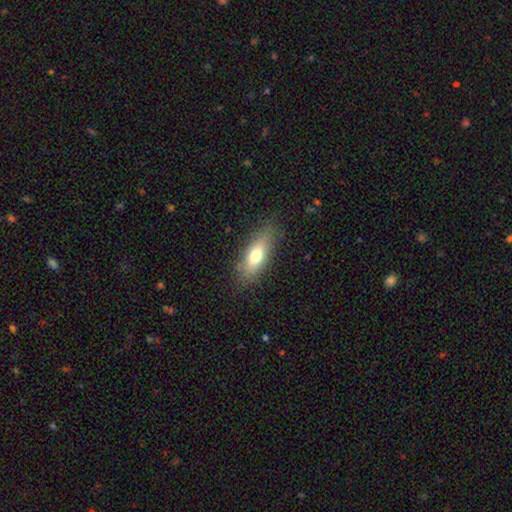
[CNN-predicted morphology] This is likely a smooth galaxy (69%). How rounded: likely in between (67%). Merging: clearly none (81%).